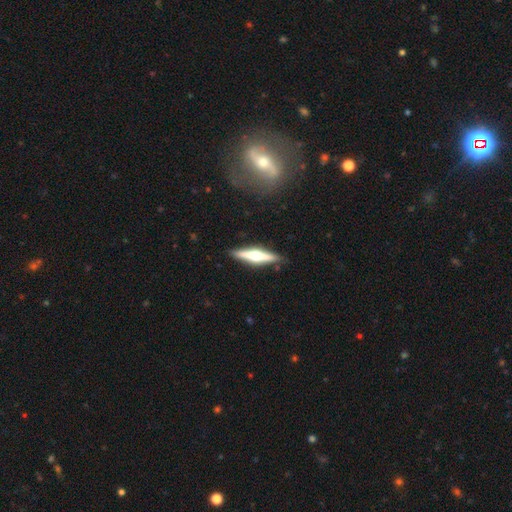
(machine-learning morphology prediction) A featured or disk galaxy (66%) viewed edge-on (96%) with a rounded central bulge (92%). Merging: none (88%).